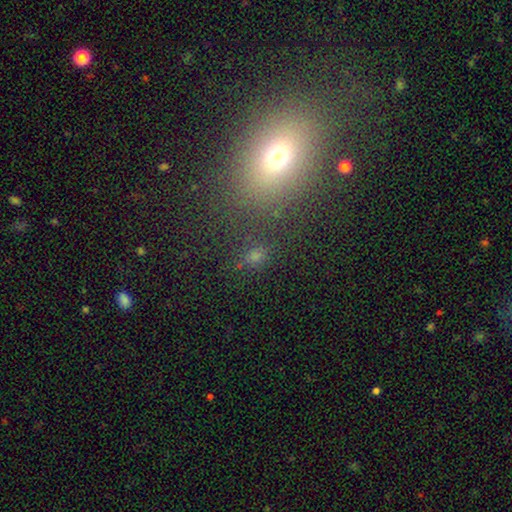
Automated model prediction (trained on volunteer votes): Smooth or featured?
  - smooth: 60% *
  - star or artifact: 30%
  - featured or disk: 10%
How rounded?
  - in between: 52% *
  - round: 45%
  - cigar-shaped: 3%
Merging?
  - none: 71% *
  - minor disturbance: 13%
  - merger: 8%
  - major disturbance: 7%